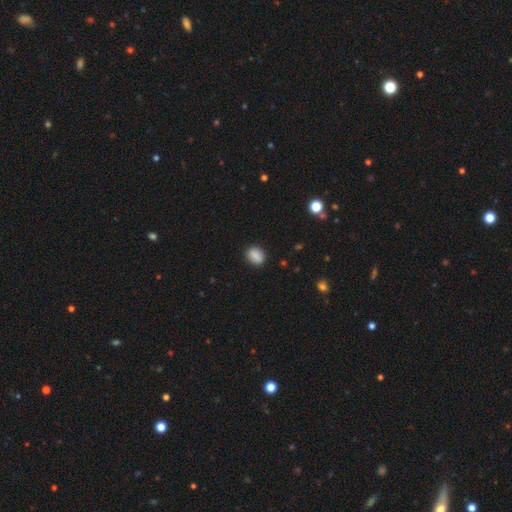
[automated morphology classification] The model was most divided on "how rounded": in between: 59%, round: 40%, cigar-shaped: 1%. More confident: smooth or featured — smooth (88%); merging — none (87%).